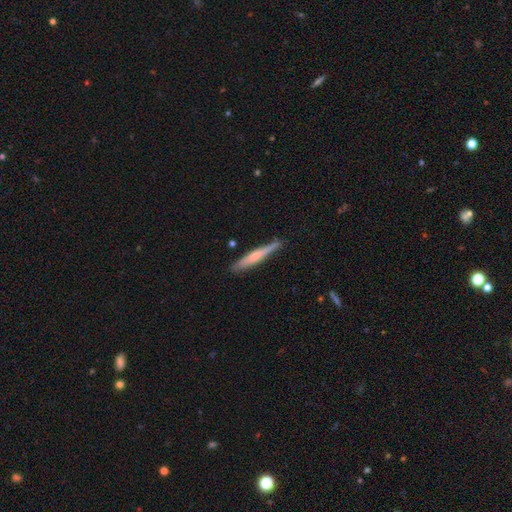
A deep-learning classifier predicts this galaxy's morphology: type=smooth (50%); roundness=cigar-shaped (95%); merging=none (83%).